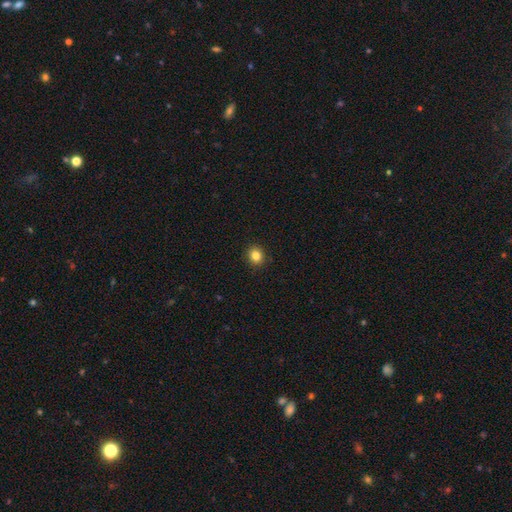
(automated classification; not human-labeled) smooth_or_featured: smooth (p=0.83) [alt: star or artifact p=0.11]
how_rounded: round (p=0.80) [alt: in between p=0.19]
merging: none (p=0.92) [alt: minor disturbance p=0.05]